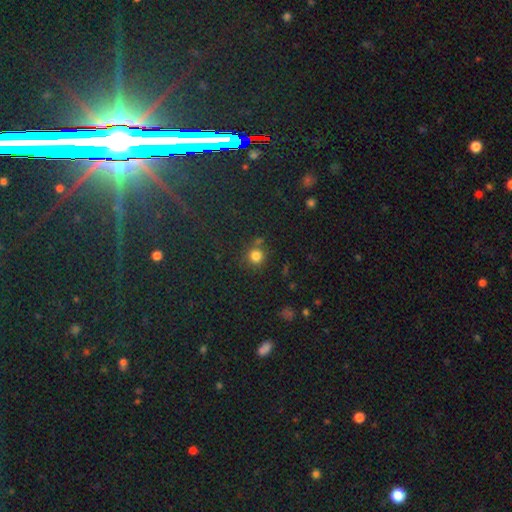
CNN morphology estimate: smooth 78%, star or artifact 16%, featured or disk 6%. Down the decision tree: how rounded — round (92%); merging — none (74%).